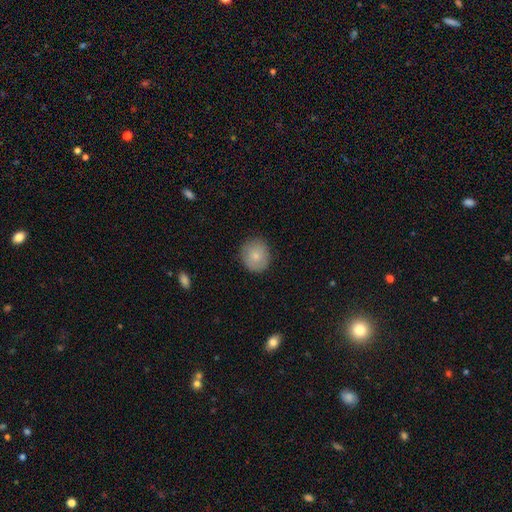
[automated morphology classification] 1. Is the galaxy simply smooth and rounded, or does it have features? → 80% smooth, 13% featured or disk, 7% star or artifact.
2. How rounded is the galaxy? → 88% round, 11% in between, 1% cigar-shaped.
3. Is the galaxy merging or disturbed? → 85% none, 11% minor disturbance, 2% major disturbance, 1% merger.